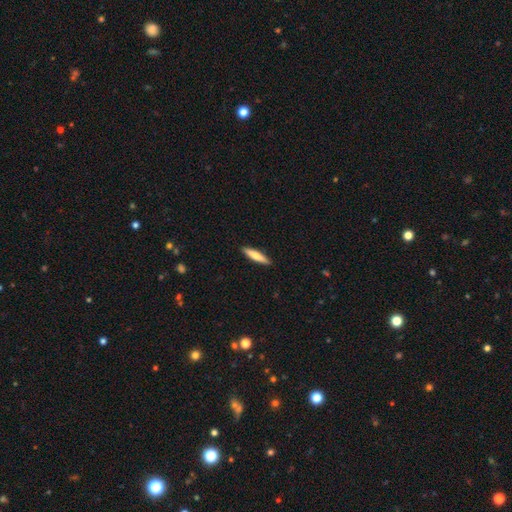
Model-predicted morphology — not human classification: type=smooth (68%); roundness=cigar-shaped (84%); merging=none (91%).